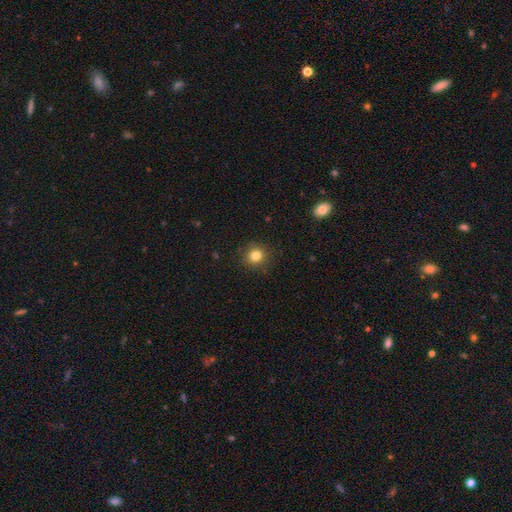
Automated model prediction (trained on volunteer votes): Smooth or featured? Predicted: smooth (p=0.82). How rounded? Predicted: round (p=0.91). Merging? Predicted: none (p=0.90).